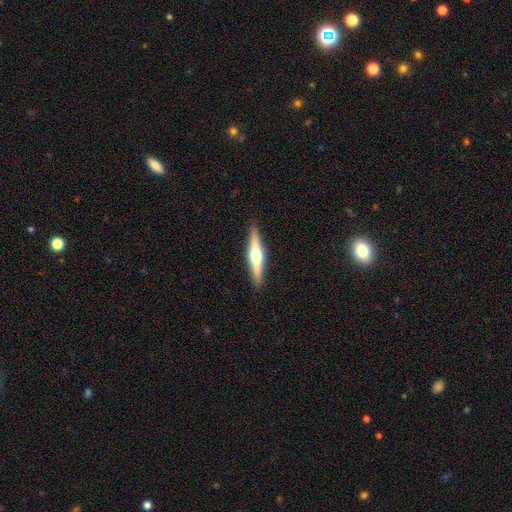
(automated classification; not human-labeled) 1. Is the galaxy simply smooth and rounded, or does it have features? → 67% featured or disk, 28% smooth, 5% star or artifact.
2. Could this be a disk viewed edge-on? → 97% yes, 3% no.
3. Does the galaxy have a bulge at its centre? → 93% rounded, 4% boxy, 3% none.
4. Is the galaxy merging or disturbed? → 91% none, 7% minor disturbance, 1% major disturbance, 1% merger.